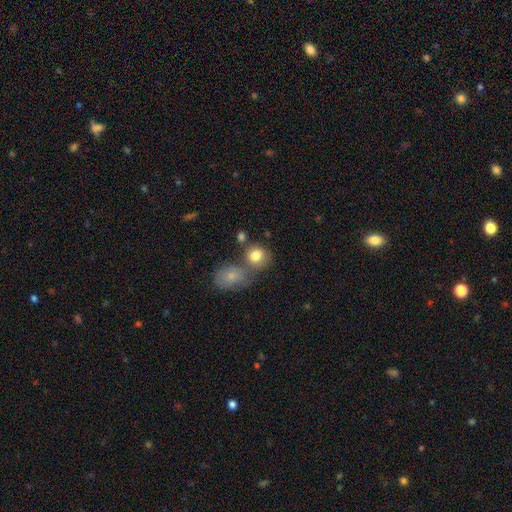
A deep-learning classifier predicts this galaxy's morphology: The model was most divided on "merging": none: 50%, merger: 33%, minor disturbance: 12%, major disturbance: 5%. More confident: smooth or featured — smooth (81%); how rounded — round (74%).